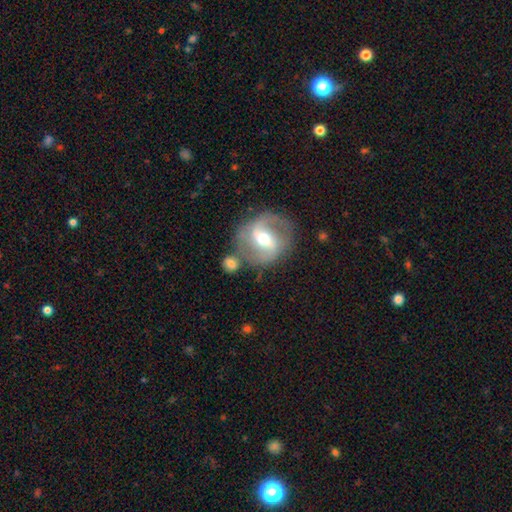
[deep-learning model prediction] Smooth or featured? Predicted: featured or disk (p=0.78). Edge-on disk? Predicted: no (p=0.96). Bar? Predicted: weak (p=0.41, tied with strong). Spiral arms? Predicted: yes (p=0.86). Spiral winding? Predicted: medium (p=0.47). Spiral arm count? Predicted: 2 (p=0.84). Bulge size? Predicted: moderate (p=0.69). Merging? Predicted: none (p=0.73).